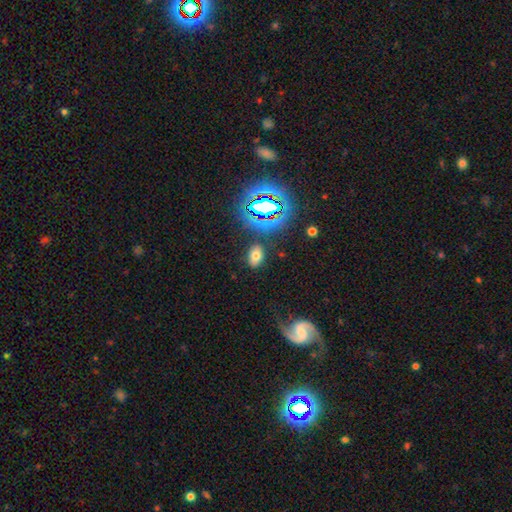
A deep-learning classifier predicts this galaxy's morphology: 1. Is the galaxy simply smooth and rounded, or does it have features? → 63% smooth, 25% star or artifact, 12% featured or disk.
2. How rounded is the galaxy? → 86% in between, 13% round, 2% cigar-shaped.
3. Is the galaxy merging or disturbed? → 83% none, 10% minor disturbance, 4% major disturbance, 3% merger.